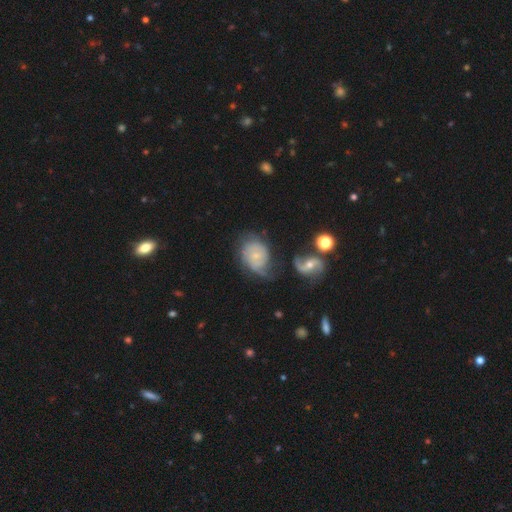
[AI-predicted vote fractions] Morphology: type=featured or disk (69%); edge-on=no (97%); bar=no (70%); spiral arms=yes (89%); winding=tight (41%); arm count=2 (43%); bulge=small (70%); merging=none (39%).